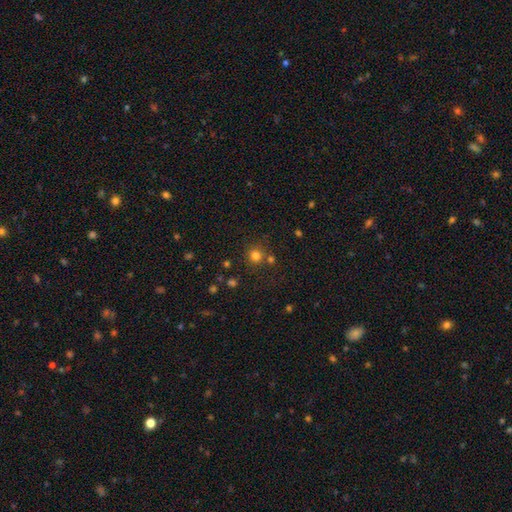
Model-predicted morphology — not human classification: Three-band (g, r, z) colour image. It shows a smooth galaxy with no disk features (78%) that is round (92%). Merging: none (75%).